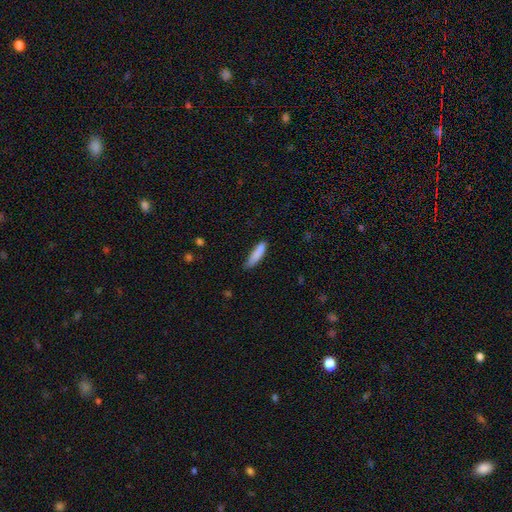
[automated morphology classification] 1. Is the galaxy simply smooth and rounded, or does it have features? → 85% smooth, 8% featured or disk, 6% star or artifact.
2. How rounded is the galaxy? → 76% cigar-shaped, 23% in between, 1% round.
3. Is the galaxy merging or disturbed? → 65% none, 28% minor disturbance, 5% major disturbance, 2% merger.